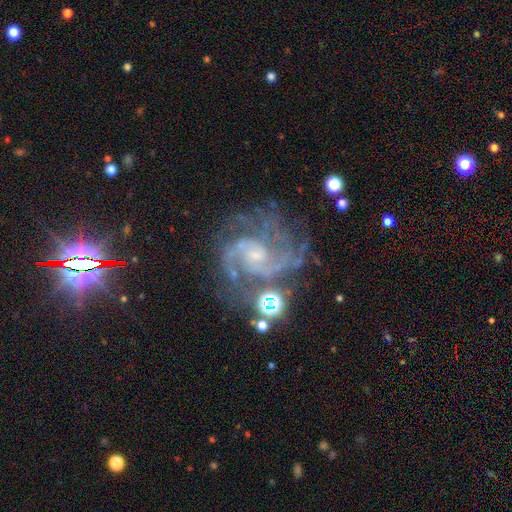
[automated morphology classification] smooth-or-featured: featured or disk: 88% | star or artifact: 8% | smooth: 3%
  disk-edge-on: no: 98% | yes: 2%
    bar: no: 57% | weak: 35% | strong: 8%
    has-spiral-arms: yes: 98% | no: 2%
      spiral-winding: medium: 53% | tight: 36% | loose: 11%
      spiral-arm-count: 2: 46% | 3: 23% | can't tell: 13% | 4: 7% | more than 4: 6% | 1: 6%
    bulge-size: small: 66% | moderate: 22% | none: 9% | large: 2% | dominant: 1%
  merging: none: 63% | minor disturbance: 18% | major disturbance: 13% | merger: 5%